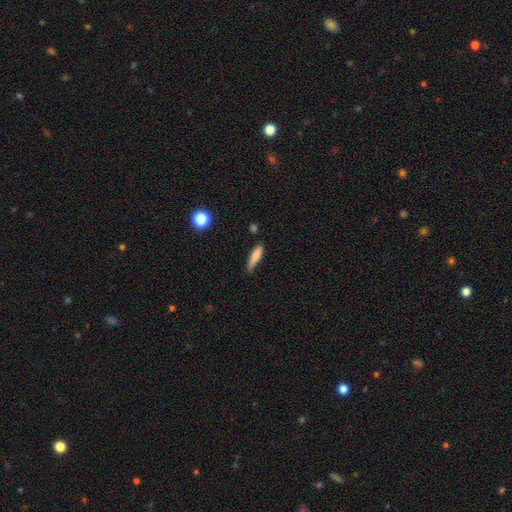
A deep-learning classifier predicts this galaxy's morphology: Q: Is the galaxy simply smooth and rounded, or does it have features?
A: smooth — 80%.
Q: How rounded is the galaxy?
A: cigar-shaped — 70%.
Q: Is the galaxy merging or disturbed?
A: none — 63%.